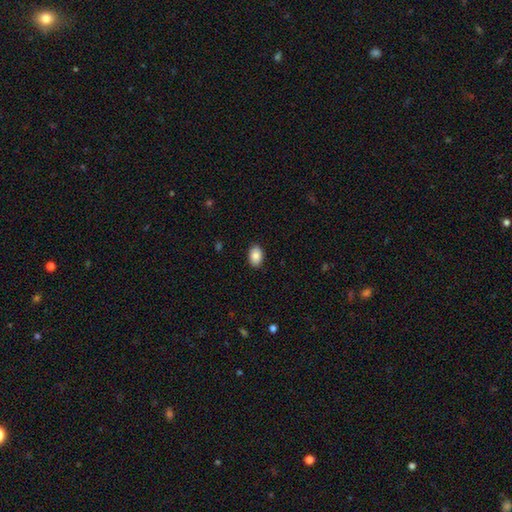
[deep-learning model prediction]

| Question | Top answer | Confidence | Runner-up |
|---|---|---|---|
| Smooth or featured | smooth | 88% | star or artifact (7%) |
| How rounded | in between | 85% | round (14%) |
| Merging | none | 89% | minor disturbance (8%) |